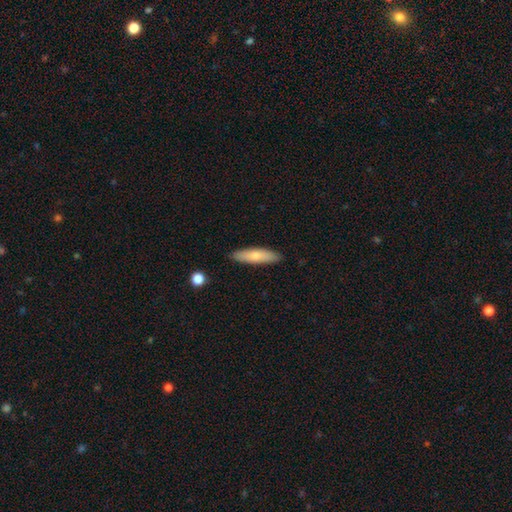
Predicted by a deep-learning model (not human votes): Overall: smooth (71%). How rounded: cigar-shaped (71%). Merging: none (89%).